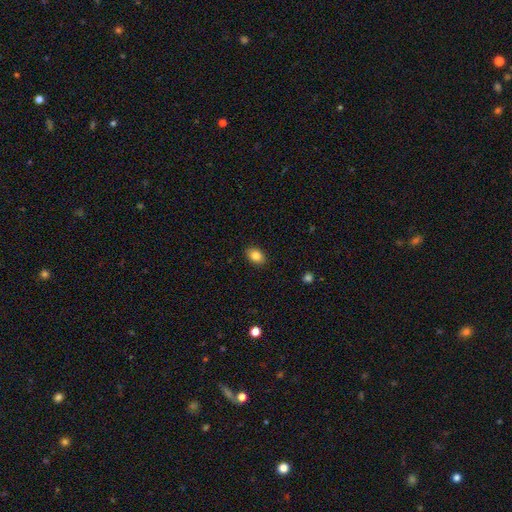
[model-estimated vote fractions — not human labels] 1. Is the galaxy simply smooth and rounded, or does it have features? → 84% smooth, 9% star or artifact, 7% featured or disk.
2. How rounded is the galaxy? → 78% in between, 21% round, 1% cigar-shaped.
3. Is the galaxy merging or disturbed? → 88% none, 9% minor disturbance, 2% major disturbance, 1% merger.